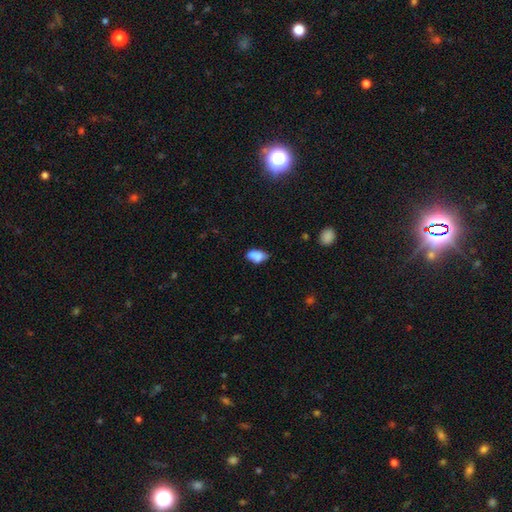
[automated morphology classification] smooth-or-featured: smooth: 71% | featured or disk: 20% | star or artifact: 9%
  how-rounded: in between: 83% | round: 12% | cigar-shaped: 5%
  merging: merger: 40% | none: 33% | minor disturbance: 19% | major disturbance: 8%